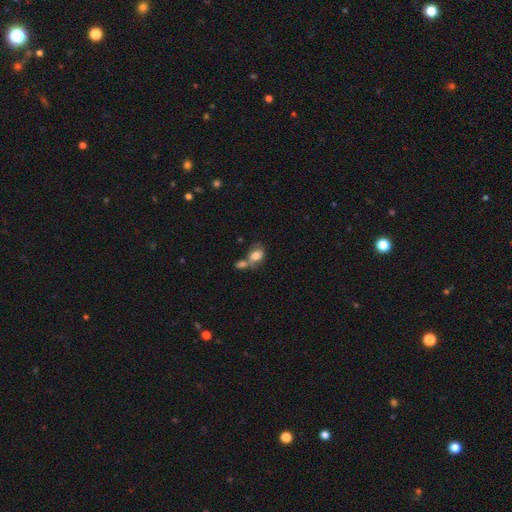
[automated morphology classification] smooth 77%, featured or disk 14%, star or artifact 9%. Down the decision tree: how rounded — in between (68%); merging — merger (55%).